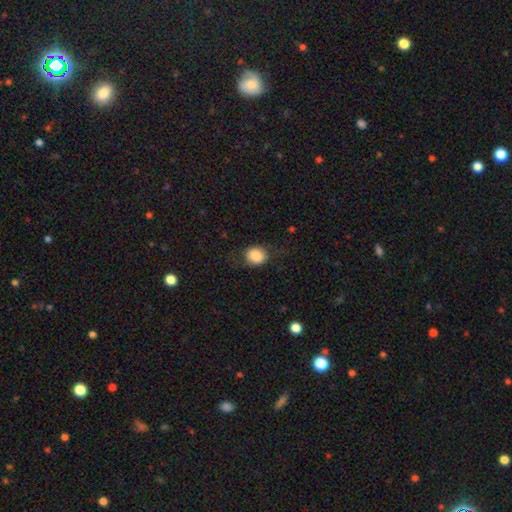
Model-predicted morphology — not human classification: Q: Smooth or featured?
A: smooth (82%); runner-up: featured or disk (9%)
Q: How rounded?
A: round (72%); runner-up: in between (27%)
Q: Merging?
A: none (76%); runner-up: minor disturbance (15%)